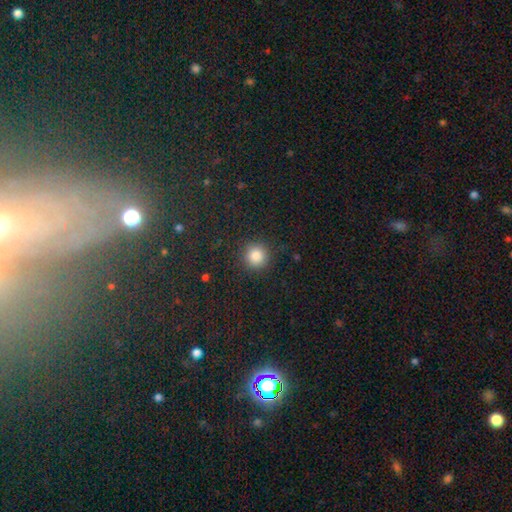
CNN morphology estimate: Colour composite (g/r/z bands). It shows a smooth galaxy with no disk features (83%) that is round (93%). Merging: none (89%).